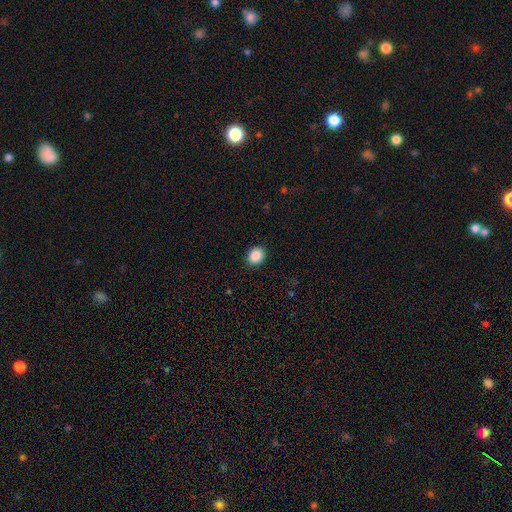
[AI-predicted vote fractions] A smooth galaxy with no disk features (89%) that is round (62%). Merging: none (91%).